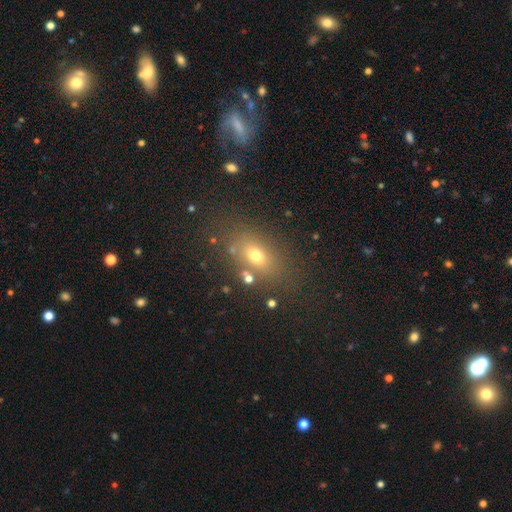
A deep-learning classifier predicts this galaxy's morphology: Smooth or featured? smooth (67%)
How rounded? in between (75%)
Merging? none (76%)